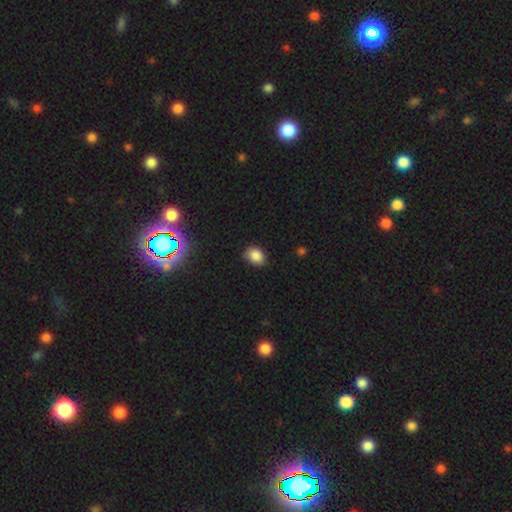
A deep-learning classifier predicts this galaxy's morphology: A smooth galaxy with no disk features (86%) that is in between round and cigar-shaped (68%). Merging: none (73%).